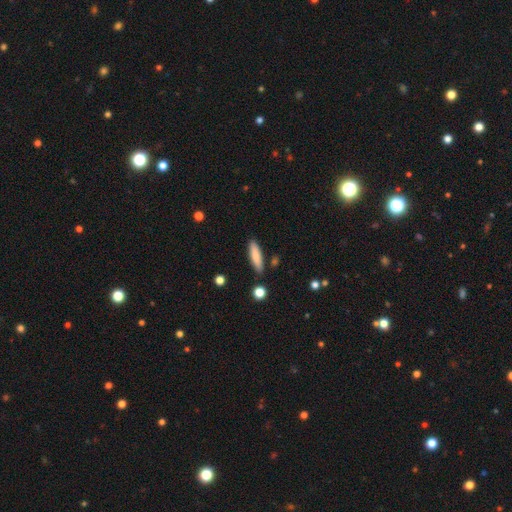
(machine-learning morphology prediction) A smooth galaxy with no disk features (82%) that is cigar-shaped (70%).

Vote fractions:
- Smooth or featured? smooth: 82% / featured or disk: 11% / star or artifact: 6%
- How rounded? cigar-shaped: 70% / in between: 28% / round: 2%
- Merging? none: 86% / minor disturbance: 9% / merger: 3% / major disturbance: 2%